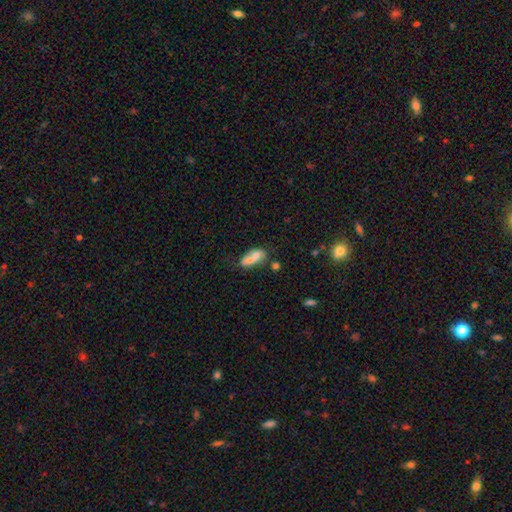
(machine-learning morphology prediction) This is likely a smooth galaxy (65%). How rounded: likely in between (74%). Merging: marginally none (38%).